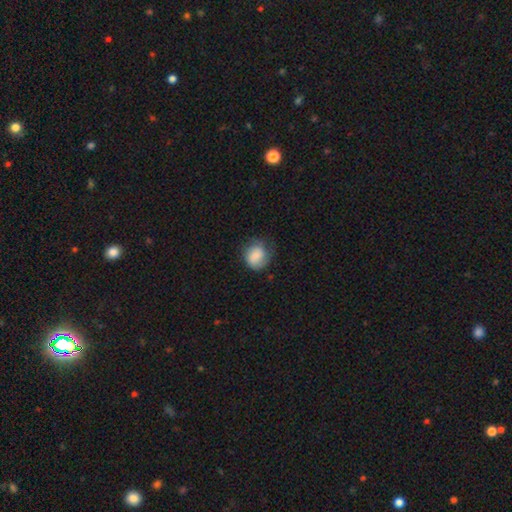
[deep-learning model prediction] A smooth galaxy with no disk features (76%) that is round (71%).

Vote fractions:
- Smooth or featured? smooth: 76% / featured or disk: 17% / star or artifact: 7%
- How rounded? round: 71% / in between: 28% / cigar-shaped: 1%
- Merging? none: 56% / minor disturbance: 29% / major disturbance: 14% / merger: 1%